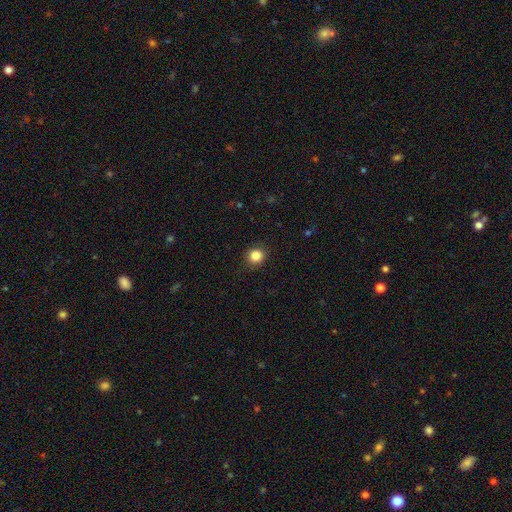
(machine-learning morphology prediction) Smooth or featured? smooth (85%)
How rounded? round (87%)
Merging? none (90%)